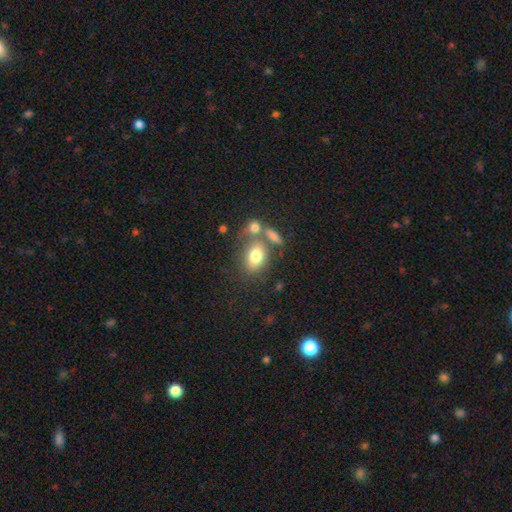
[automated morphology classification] This appears to be a smooth galaxy with no disk features (77%) that is in between round and cigar-shaped (72%). Merging: none (49%).